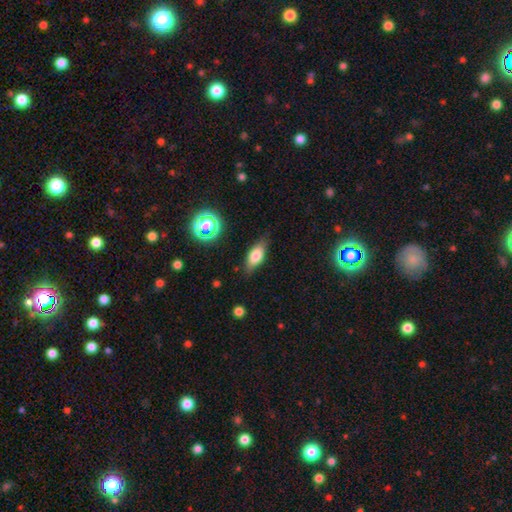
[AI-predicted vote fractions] smooth_or_featured: smooth (p=0.68) [alt: featured or disk p=0.23]
how_rounded: in between (p=0.76) [alt: cigar-shaped p=0.19]
merging: none (p=0.78) [alt: minor disturbance p=0.16]